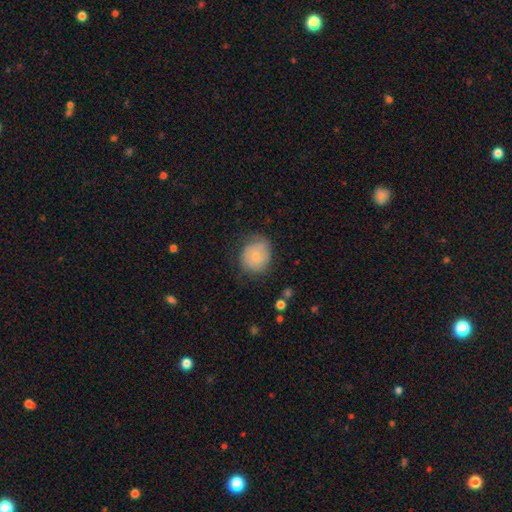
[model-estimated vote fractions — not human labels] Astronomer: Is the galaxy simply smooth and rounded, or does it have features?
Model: smooth — 68%.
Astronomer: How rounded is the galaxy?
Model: round — 79%.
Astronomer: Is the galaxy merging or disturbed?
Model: none — 62%.